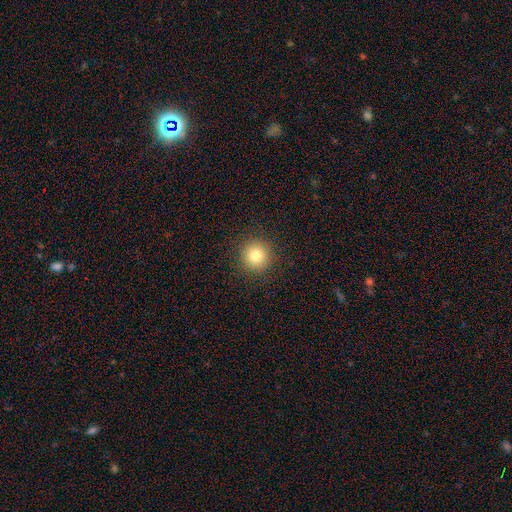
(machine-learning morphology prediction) Smooth or featured? Predicted: smooth (p=0.80). How rounded? Predicted: round (p=0.95). Merging? Predicted: none (p=0.91).